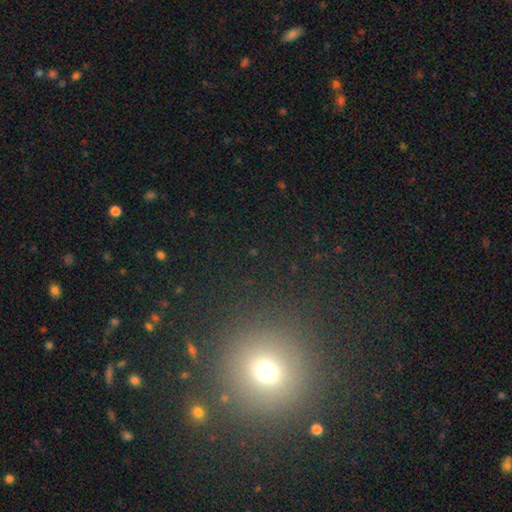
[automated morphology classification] The model was most divided on "smooth or featured": smooth: 52%, star or artifact: 40%, featured or disk: 8%. More confident: how rounded — round (92%); merging — none (89%).